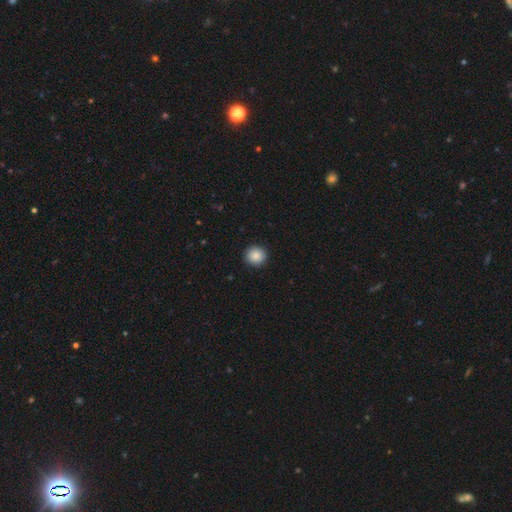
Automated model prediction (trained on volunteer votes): This is clearly a smooth galaxy (87%). How rounded: clearly round (92%). Merging: clearly none (92%).